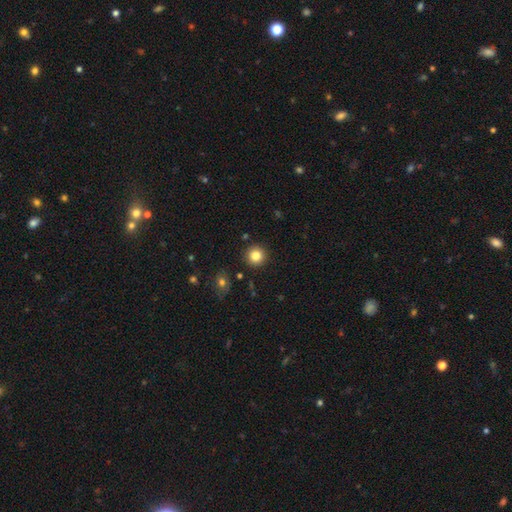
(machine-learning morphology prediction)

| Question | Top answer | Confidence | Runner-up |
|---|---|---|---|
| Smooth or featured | smooth | 83% | star or artifact (11%) |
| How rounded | round | 94% | in between (5%) |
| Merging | none | 91% | minor disturbance (5%) |